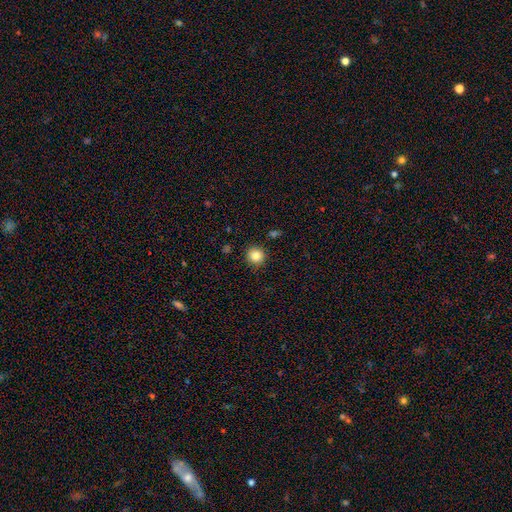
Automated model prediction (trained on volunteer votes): Smooth or featured?
  - smooth: 84% *
  - star or artifact: 10%
  - featured or disk: 5%
How rounded?
  - round: 94% *
  - in between: 5%
  - cigar-shaped: 1%
Merging?
  - none: 90% *
  - minor disturbance: 7%
  - major disturbance: 2%
  - merger: 2%